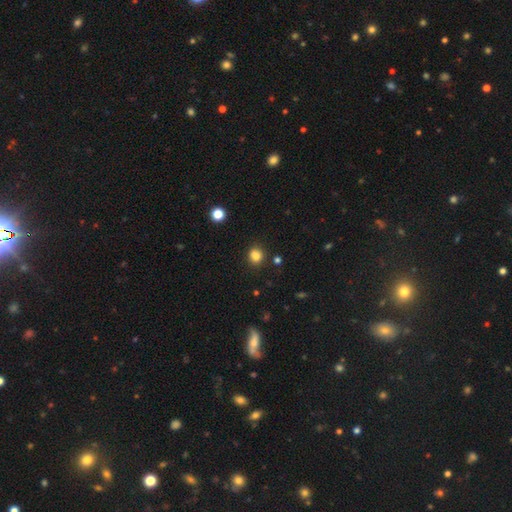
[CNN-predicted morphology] Q: Smooth or featured?
A: smooth (84%); runner-up: star or artifact (12%)
Q: How rounded?
A: round (73%); runner-up: in between (26%)
Q: Merging?
A: none (85%); runner-up: minor disturbance (10%)